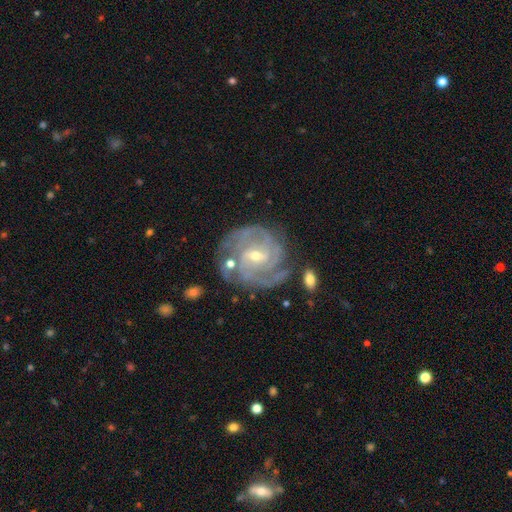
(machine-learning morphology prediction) A featured or disk galaxy (90%) with a weak bar (53%), 3 (33%) tight (70%) spiral arms (98%) and a small central bulge (55%).

Vote fractions:
- Smooth or featured? featured or disk: 90% / smooth: 5% / star or artifact: 5%
- Edge-on disk? no: 97% / yes: 3%
- Bar? weak: 53% / no: 28% / strong: 20%
- Spiral arms? yes: 98% / no: 2%
- Spiral winding? tight: 70% / medium: 26% / loose: 4%
- Spiral arm count? 3: 33% / 4: 20% / can't tell: 19% / 2: 17% / more than 4: 6% / 1: 5%
- Bulge size? small: 55% / moderate: 42% / large: 1% / none: 1% / dominant: 1%
- Merging? none: 72% / minor disturbance: 17% / major disturbance: 6% / merger: 5%